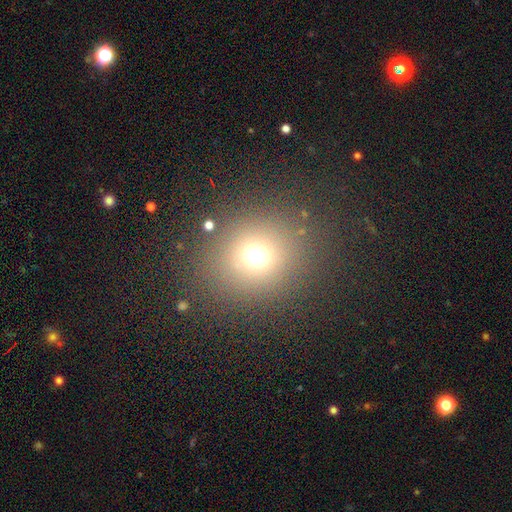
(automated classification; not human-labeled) Smooth or featured: smooth — 67% (star or artifact — 24%)
How rounded: round — 79% (in between — 19%)
Merging: none — 83% (minor disturbance — 8%)